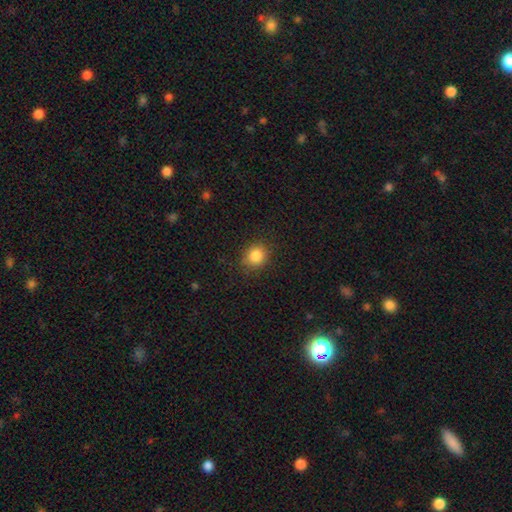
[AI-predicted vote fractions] This appears to be a smooth galaxy with no disk features (85%) that is round (73%). Merging: none (83%).